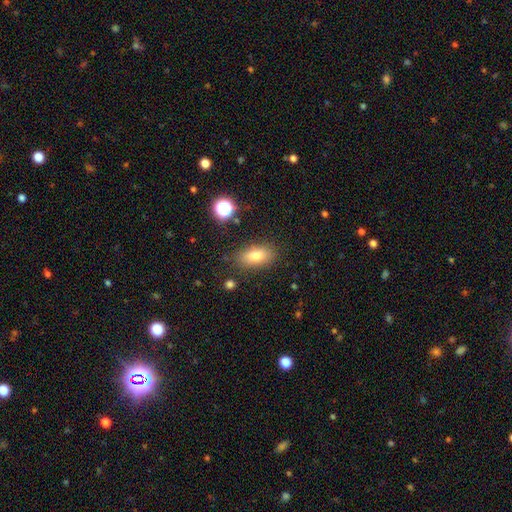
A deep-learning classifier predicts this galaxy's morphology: type=smooth (78%); roundness=in between (86%); merging=none (82%).